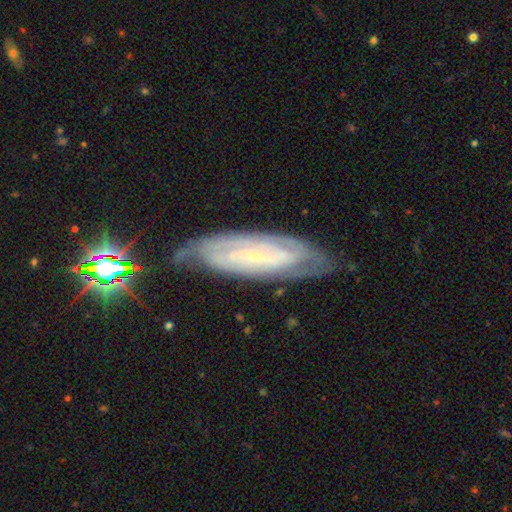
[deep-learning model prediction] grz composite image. It shows a featured or disk galaxy (76%) with a weak bar (39%), tight (63%) spiral arms (90%) and a small central bulge (76%). Merging: none (72%).